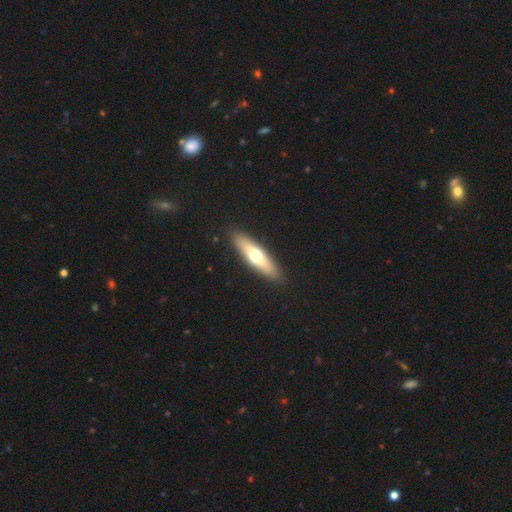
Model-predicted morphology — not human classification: type=smooth (54%); roundness=cigar-shaped (68%); merging=none (90%).